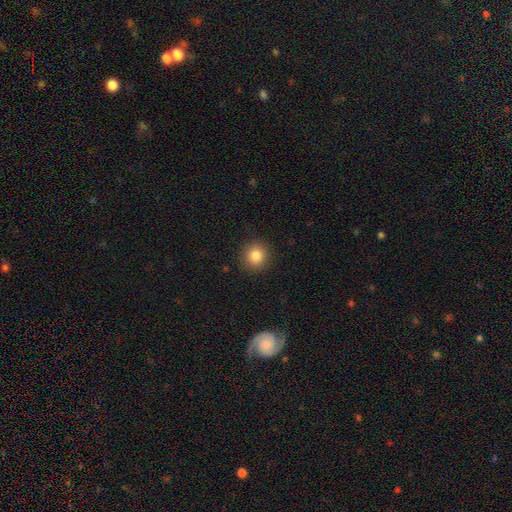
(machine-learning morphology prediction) Q: Smooth or featured?
A: smooth (83%); runner-up: star or artifact (11%)
Q: How rounded?
A: round (91%); runner-up: in between (8%)
Q: Merging?
A: none (91%); runner-up: minor disturbance (6%)